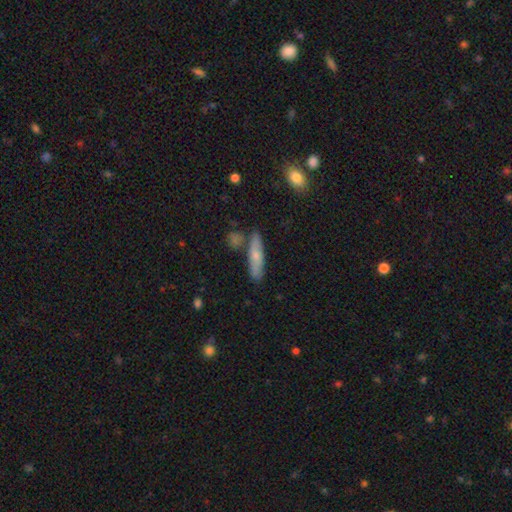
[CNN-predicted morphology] This appears to be a smooth galaxy with no disk features (63%) that is cigar-shaped (78%). Merging: none (75%).